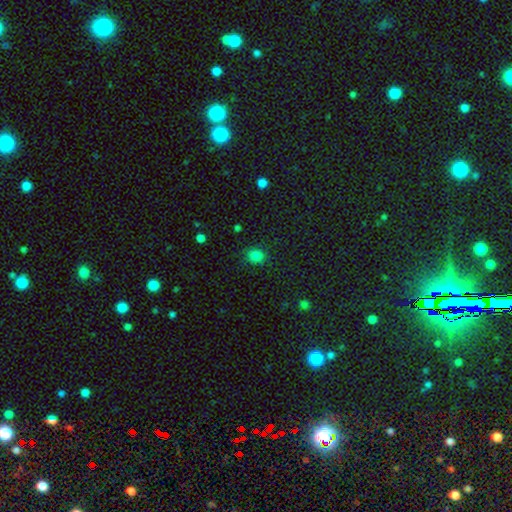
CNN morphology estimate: A smooth galaxy with no disk features (83%) that is round (78%).

Vote fractions:
- Smooth or featured? smooth: 83% / star or artifact: 13% / featured or disk: 4%
- How rounded? round: 78% / in between: 21% / cigar-shaped: 1%
- Merging? none: 85% / minor disturbance: 11% / major disturbance: 3% / merger: 1%